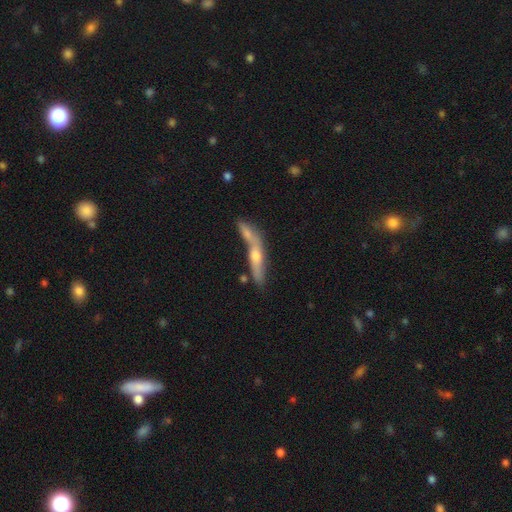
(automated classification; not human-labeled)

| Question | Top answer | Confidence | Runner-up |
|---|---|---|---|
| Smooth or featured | featured or disk | 64% | smooth (27%) |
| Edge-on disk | yes | 80% | no (20%) |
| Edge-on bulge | rounded | 86% | none (9%) |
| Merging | none | 46% | merger (27%) |